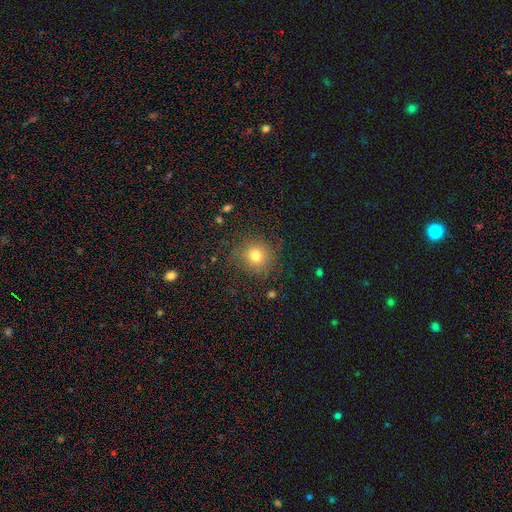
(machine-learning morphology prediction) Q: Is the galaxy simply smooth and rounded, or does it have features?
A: smooth — 76%.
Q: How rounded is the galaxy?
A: round — 91%.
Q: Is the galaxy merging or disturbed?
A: none — 83%.